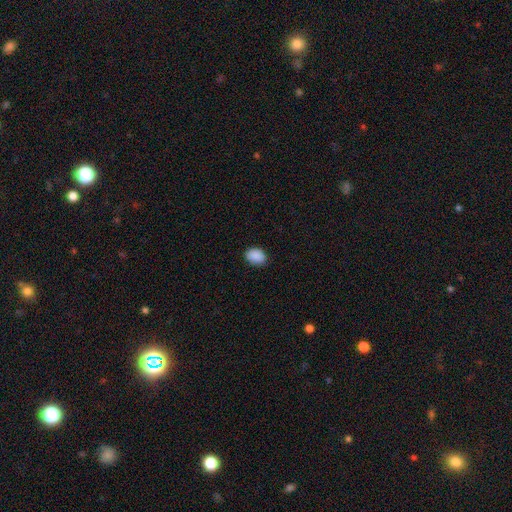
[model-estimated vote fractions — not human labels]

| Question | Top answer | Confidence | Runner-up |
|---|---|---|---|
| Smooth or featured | smooth | 90% | star or artifact (7%) |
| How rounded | in between | 75% | round (24%) |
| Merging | none | 87% | minor disturbance (10%) |